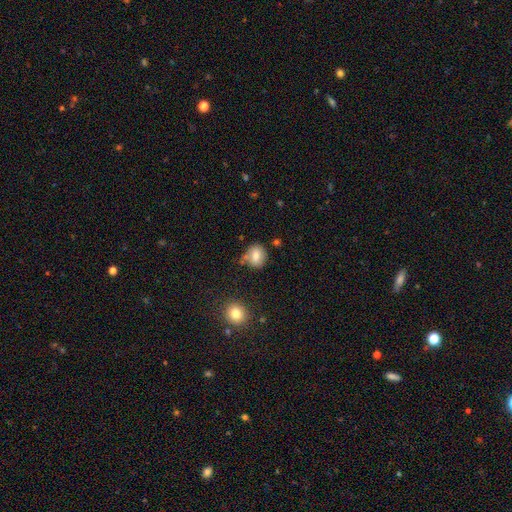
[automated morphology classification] The model was most divided on "merging": none: 65%, minor disturbance: 19%, merger: 11%, major disturbance: 5%. More confident: smooth or featured — smooth (77%); how rounded — round (73%).